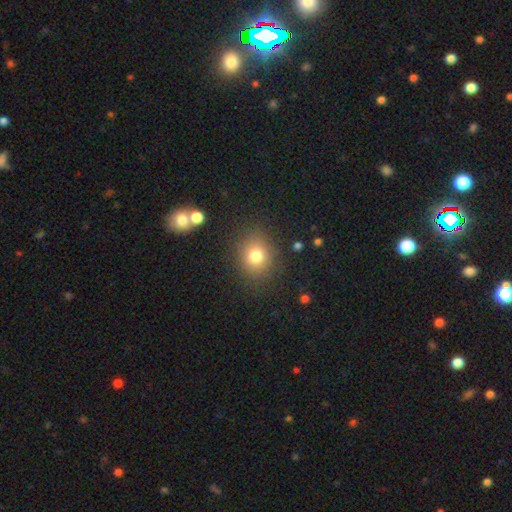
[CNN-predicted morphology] smooth_or_featured: smooth (p=0.78) [alt: star or artifact p=0.13]
how_rounded: round (p=0.67) [alt: in between p=0.32]
merging: none (p=0.83) [alt: minor disturbance p=0.10]